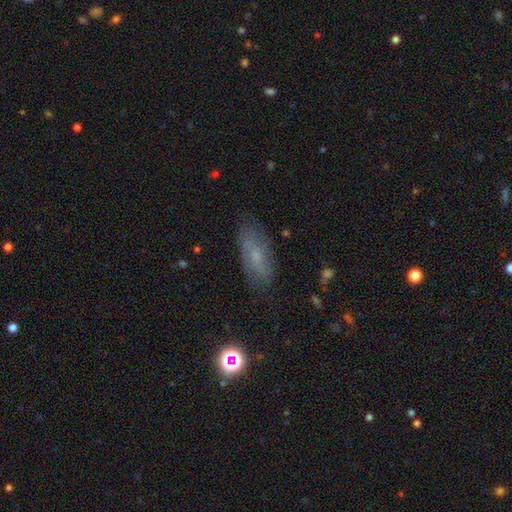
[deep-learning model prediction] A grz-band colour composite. It shows a smooth galaxy with no disk features (51%) that is in between round and cigar-shaped (79%). Merging: none (75%).